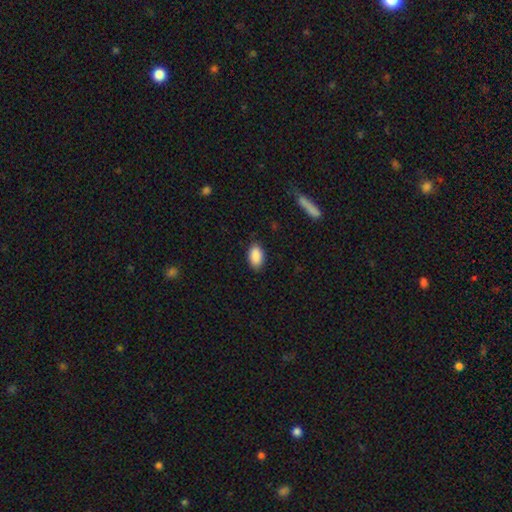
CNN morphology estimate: A smooth galaxy with no disk features (90%) that is in between round and cigar-shaped (93%).

Vote fractions:
- Smooth or featured? smooth: 90% / star or artifact: 7% / featured or disk: 3%
- How rounded? in between: 93% / round: 5% / cigar-shaped: 2%
- Merging? none: 86% / minor disturbance: 11% / major disturbance: 2% / merger: 1%